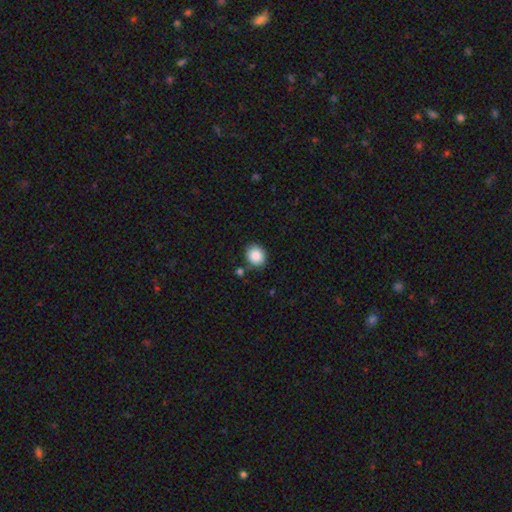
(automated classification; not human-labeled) The model was most divided on "how rounded": round: 72%, in between: 27%, cigar-shaped: 1%. More confident: smooth or featured — smooth (87%); merging — none (83%).